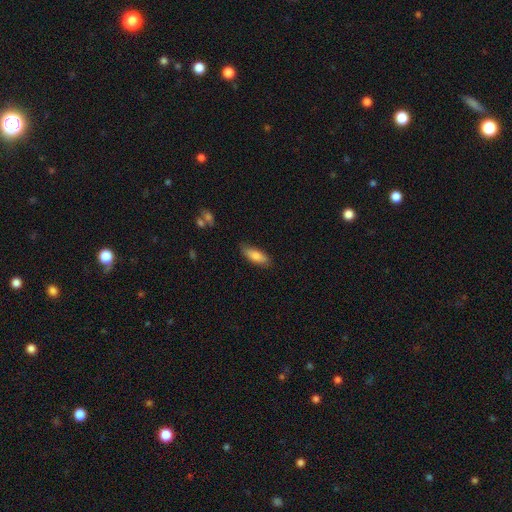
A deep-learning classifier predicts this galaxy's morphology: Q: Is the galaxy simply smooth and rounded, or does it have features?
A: smooth — 79%.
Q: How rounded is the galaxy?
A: in between — 66%.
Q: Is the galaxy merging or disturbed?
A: none — 80%.